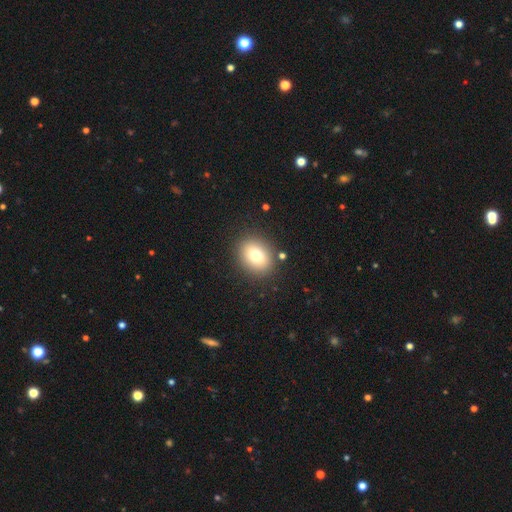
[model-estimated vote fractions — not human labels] Smooth or featured? Predicted: smooth (p=0.75). How rounded? Predicted: in between (p=0.54). Merging? Predicted: none (p=0.86).